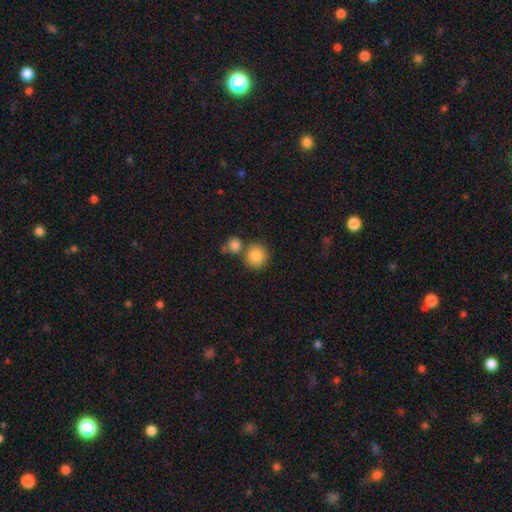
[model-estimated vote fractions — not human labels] smooth-or-featured: smooth: 85% | star or artifact: 9% | featured or disk: 6%
  how-rounded: round: 90% | in between: 9% | cigar-shaped: 1%
  merging: none: 67% | merger: 21% | minor disturbance: 9% | major disturbance: 3%